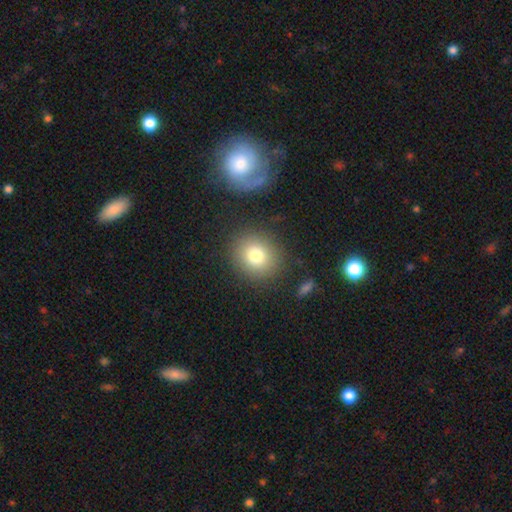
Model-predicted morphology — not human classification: Overall: smooth (78%). How rounded: round (84%). Merging: none (86%).